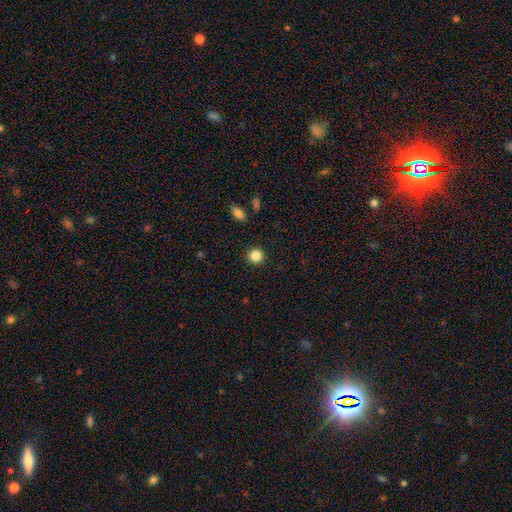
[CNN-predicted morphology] type=smooth (86%); roundness=round (94%); merging=none (92%).